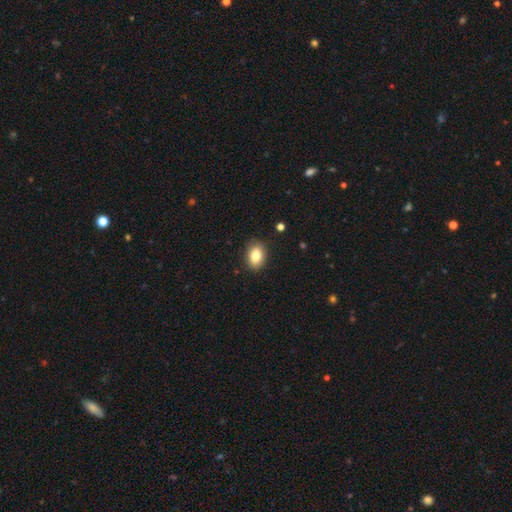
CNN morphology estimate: Smooth or featured? smooth (85%)
How rounded? in between (80%)
Merging? none (87%)